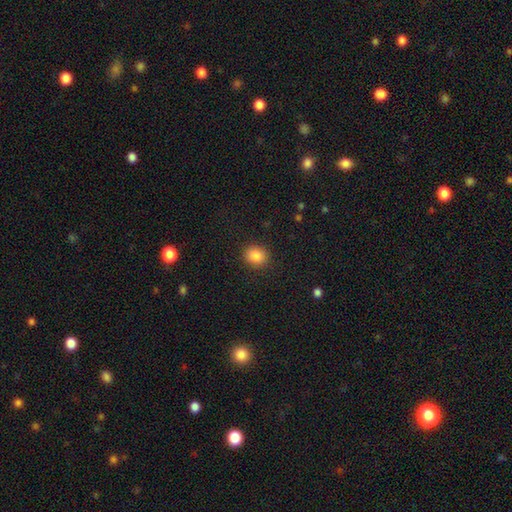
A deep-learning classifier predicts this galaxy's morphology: smooth 85%, star or artifact 10%, featured or disk 5%. Down the decision tree: how rounded — round (75%); merging — none (90%).